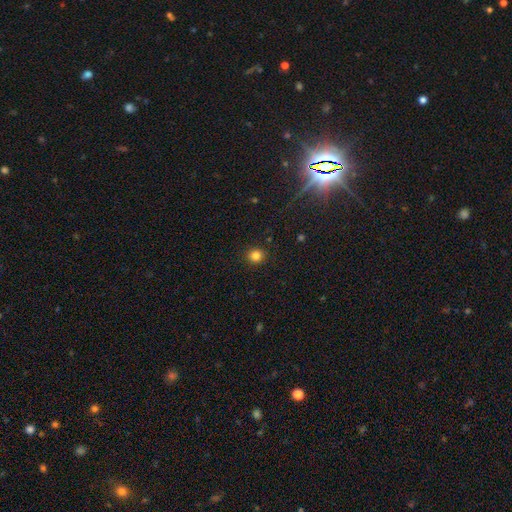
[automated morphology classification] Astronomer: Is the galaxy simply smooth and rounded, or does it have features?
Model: smooth — 83%.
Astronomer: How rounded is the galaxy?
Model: round — 88%.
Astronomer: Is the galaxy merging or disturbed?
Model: none — 90%.